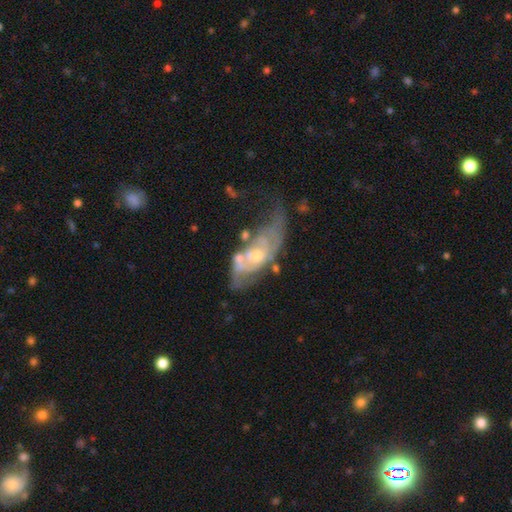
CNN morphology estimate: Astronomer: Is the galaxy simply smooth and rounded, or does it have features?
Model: featured or disk — 80%.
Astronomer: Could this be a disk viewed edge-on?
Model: no — 92%.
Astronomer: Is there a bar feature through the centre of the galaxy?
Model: no — 65%.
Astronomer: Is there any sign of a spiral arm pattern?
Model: yes — 82%.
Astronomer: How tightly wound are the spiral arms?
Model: tight — 40% (runner-up: medium, 39%).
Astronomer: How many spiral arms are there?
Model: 2 — 52% (runner-up: can't tell, 32%).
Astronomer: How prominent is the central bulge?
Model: moderate — 49% (runner-up: small, 46%).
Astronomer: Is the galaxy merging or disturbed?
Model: none — 35% (runner-up: major disturbance, 27%).